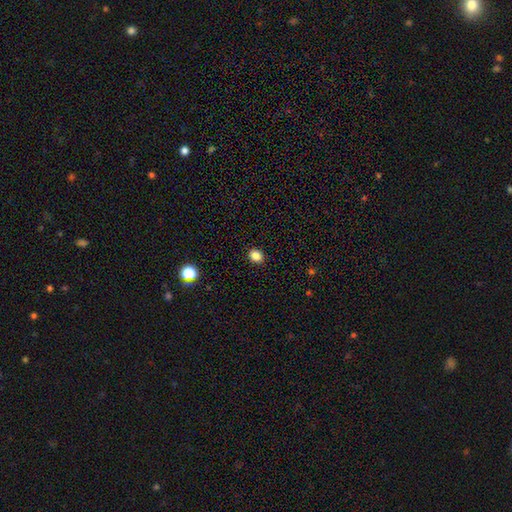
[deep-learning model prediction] A smooth galaxy with no disk features (84%) that is round (64%).

Vote fractions:
- Smooth or featured? smooth: 84% / star or artifact: 12% / featured or disk: 4%
- How rounded? round: 64% / in between: 36% / cigar-shaped: 1%
- Merging? none: 91% / minor disturbance: 6% / major disturbance: 2% / merger: 1%